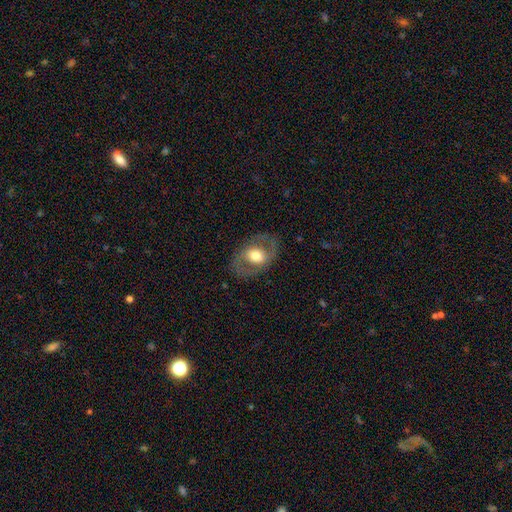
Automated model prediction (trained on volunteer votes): This is possibly a featured or disk galaxy (56%). It is clearly not viewed edge-on (92%). Bar: possibly no (56%). Spiral arm pattern: possibly no (53%). Central bulge: possibly moderate (58%). Merging: likely none (78%).